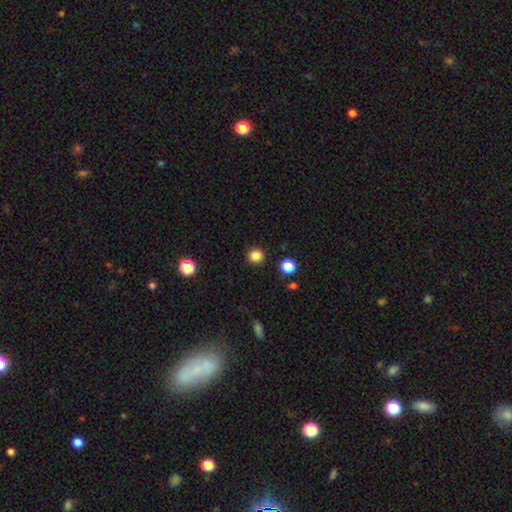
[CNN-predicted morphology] The model was most divided on "smooth or featured": smooth: 85%, star or artifact: 12%, featured or disk: 3%. More confident: merging — none (91%); how rounded — round (91%).